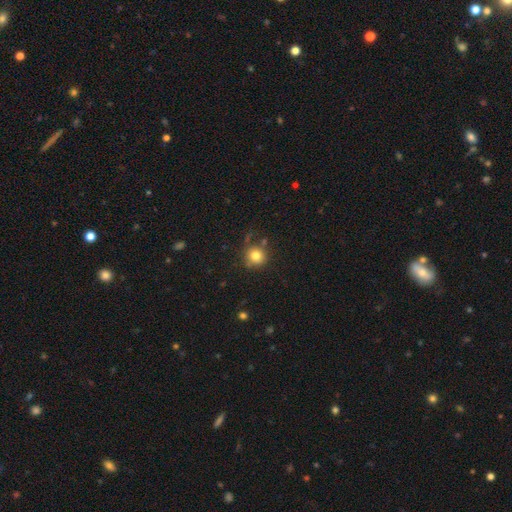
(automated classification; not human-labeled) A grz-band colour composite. It shows a smooth galaxy with no disk features (80%) that is round (90%). Merging: none (72%).